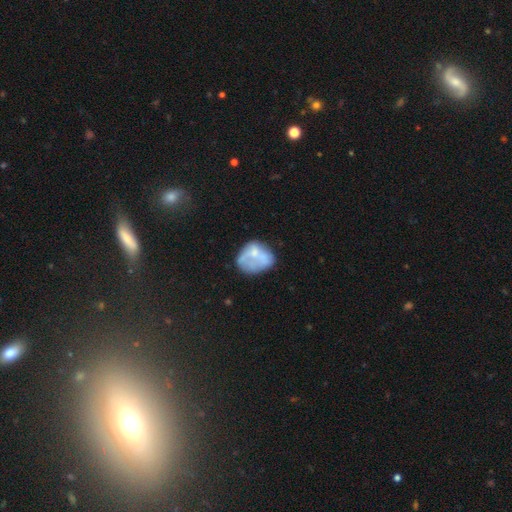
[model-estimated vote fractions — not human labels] Smooth or featured? Predicted: smooth (p=0.51). How rounded? Predicted: in between (p=0.53). Merging? Predicted: none (p=0.39).